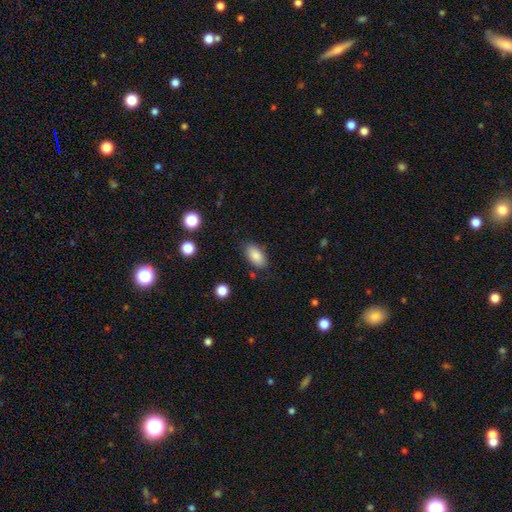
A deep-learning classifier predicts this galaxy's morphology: Smooth or featured? smooth (86%)
How rounded? in between (92%)
Merging? none (83%)